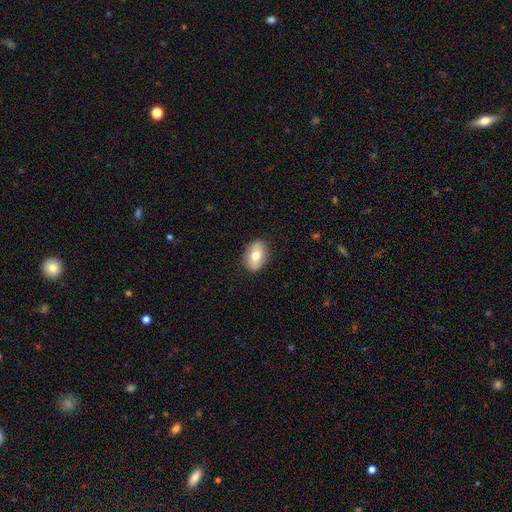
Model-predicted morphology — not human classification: Smooth or featured? Predicted: smooth (p=0.68). How rounded? Predicted: in between (p=0.86). Merging? Predicted: none (p=0.87).